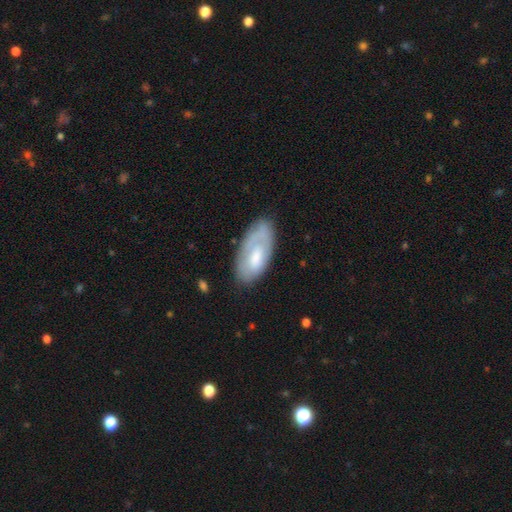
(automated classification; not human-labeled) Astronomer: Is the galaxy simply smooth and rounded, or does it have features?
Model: smooth — 52% (runner-up: featured or disk, 42%).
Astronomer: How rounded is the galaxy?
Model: in between — 90%.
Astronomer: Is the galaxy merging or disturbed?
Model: none — 66%.